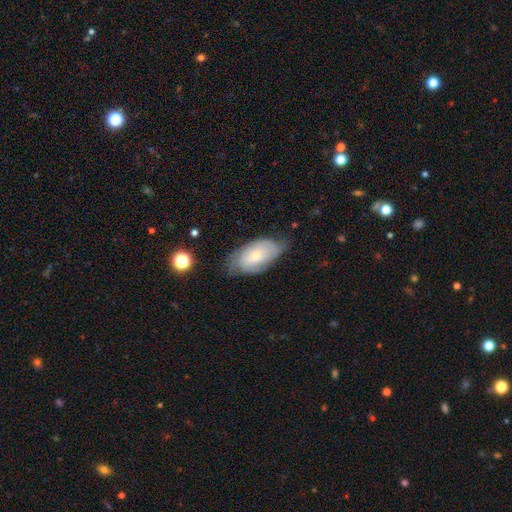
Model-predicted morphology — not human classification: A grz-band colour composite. It shows a smooth galaxy with no disk features (51%) that is in between round and cigar-shaped (93%). Merging: none (56%).